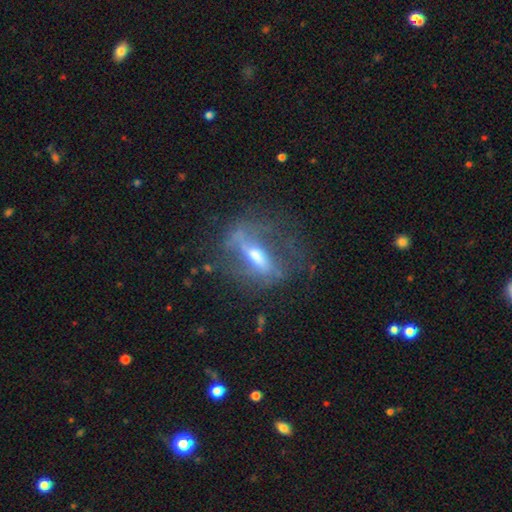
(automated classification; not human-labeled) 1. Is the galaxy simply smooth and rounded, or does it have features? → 70% featured or disk, 21% smooth, 9% star or artifact.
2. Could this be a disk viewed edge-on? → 68% no, 32% yes.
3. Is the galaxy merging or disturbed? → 51% none, 25% major disturbance, 21% minor disturbance, 3% merger.